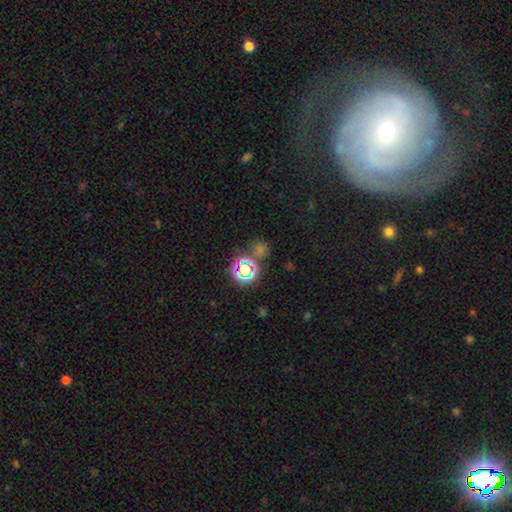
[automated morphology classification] smooth_or_featured: featured or disk (p=0.50) [alt: smooth p=0.27]
merging: none (p=0.71) [alt: minor disturbance p=0.14]